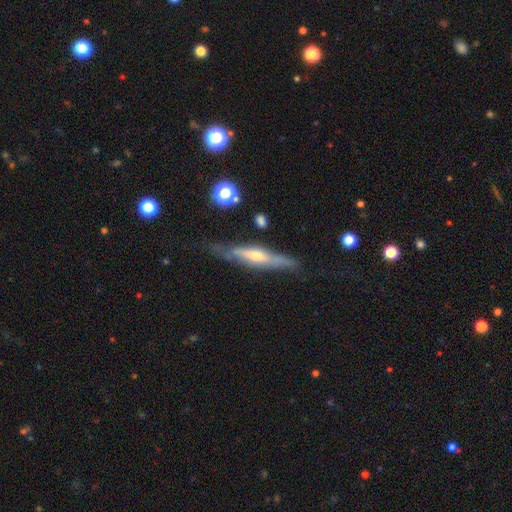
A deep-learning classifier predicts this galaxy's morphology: Smooth or featured: featured or disk — 69% (smooth — 25%)
Edge-on disk: yes — 89% (no — 11%)
Edge-on bulge: rounded — 75% (none — 15%)
Merging: none — 73% (minor disturbance — 19%)